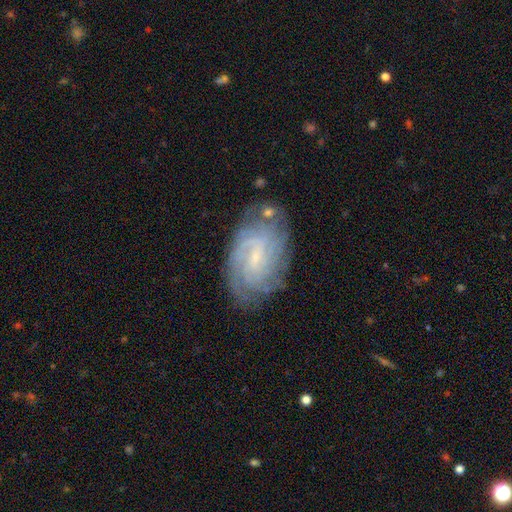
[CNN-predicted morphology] This is likely a featured or disk galaxy (79%). It is clearly not viewed edge-on (96%). Bar: possibly weak (53%). Spiral arm pattern: clearly yes (94%). Spiral arm count: marginally can't tell (40%). Spiral winding: likely tight (66%). Central bulge: likely small (73%). Merging: likely none (74%).